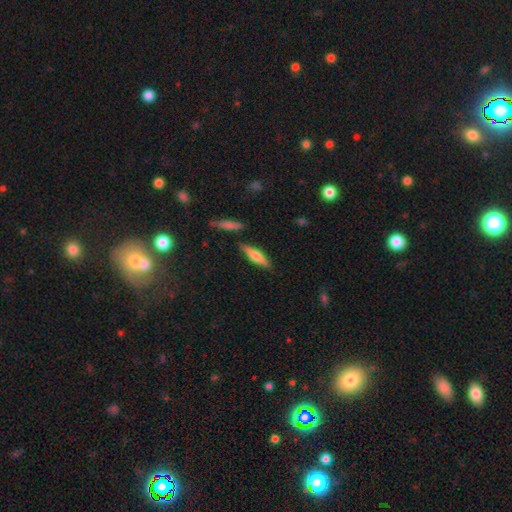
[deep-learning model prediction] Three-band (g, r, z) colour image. It shows a smooth galaxy with no disk features (59%) that is cigar-shaped (72%). Merging: none (82%).